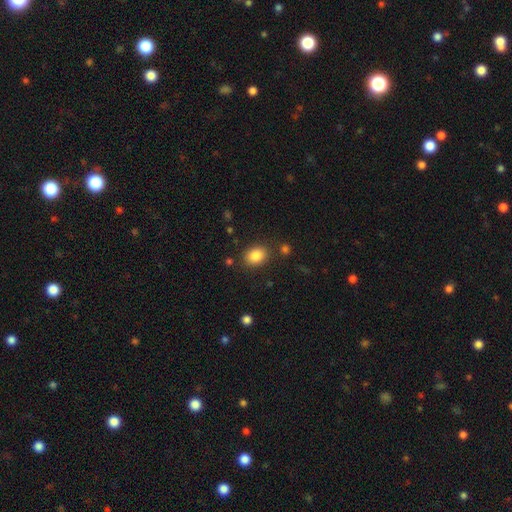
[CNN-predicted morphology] Overall: smooth (85%). How rounded: in between (66%; round 33%). Merging: none (83%).